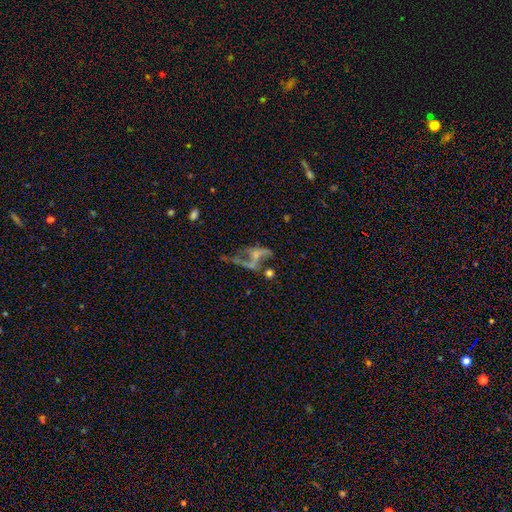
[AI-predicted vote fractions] This appears to be a featured or disk galaxy (62%) with no bar (69%), no spiral arms (52%) and no central bulge (46%). Merging: major disturbance (38%).